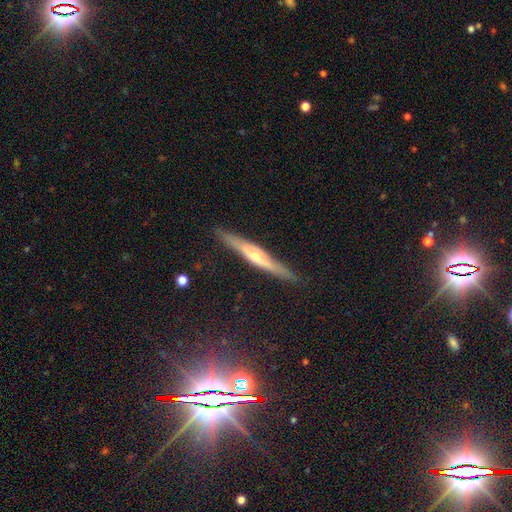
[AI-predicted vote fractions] Smooth or featured?
  - featured or disk: 72% *
  - smooth: 21%
  - star or artifact: 7%
Edge-on disk?
  - yes: 94% *
  - no: 6%
Edge-on bulge?
  - rounded: 81% *
  - none: 14%
  - boxy: 5%
Merging?
  - none: 88% *
  - minor disturbance: 9%
  - major disturbance: 2%
  - merger: 1%